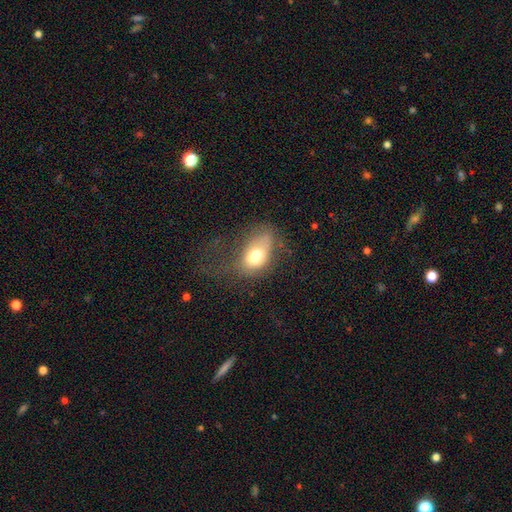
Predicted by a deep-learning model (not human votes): Smooth or featured? smooth (70%)
How rounded? in between (85%)
Merging? none (36%)